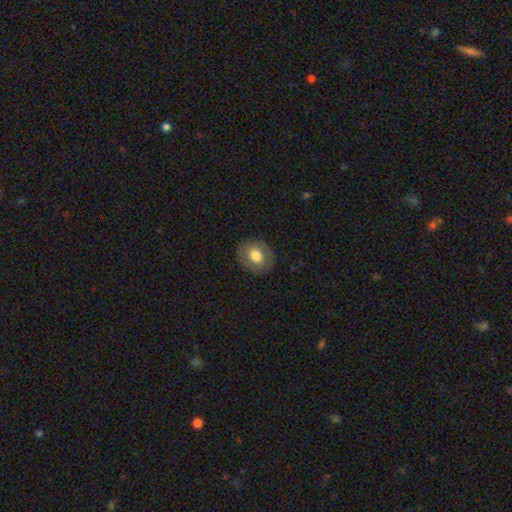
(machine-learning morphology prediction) A smooth galaxy with no disk features (68%) that is round (54%). Merging: none (84%).